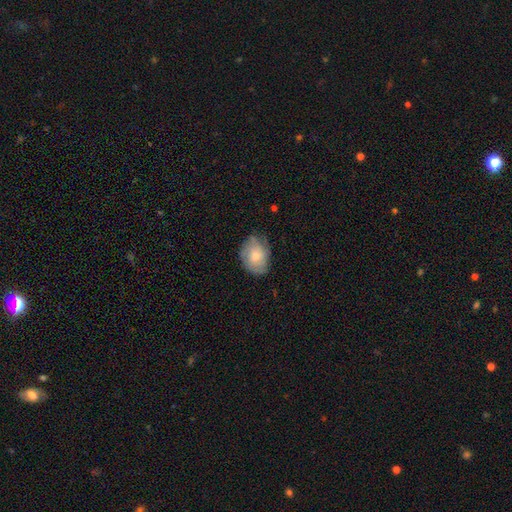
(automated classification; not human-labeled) A smooth galaxy with no disk features (65%) that is in between round and cigar-shaped (69%). Merging: none (64%).